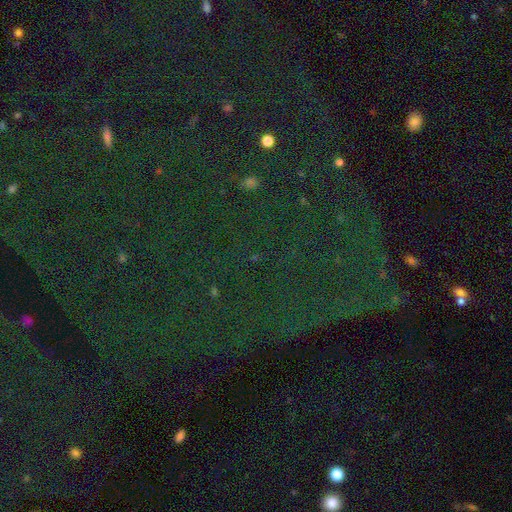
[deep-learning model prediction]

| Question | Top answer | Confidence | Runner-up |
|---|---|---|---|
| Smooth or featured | star or artifact | 83% | smooth (9%) |